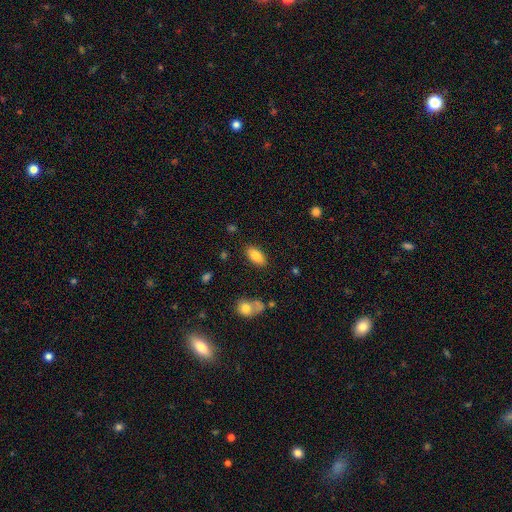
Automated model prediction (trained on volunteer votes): A smooth galaxy with no disk features (83%) that is in between round and cigar-shaped (91%). Merging: none (84%).